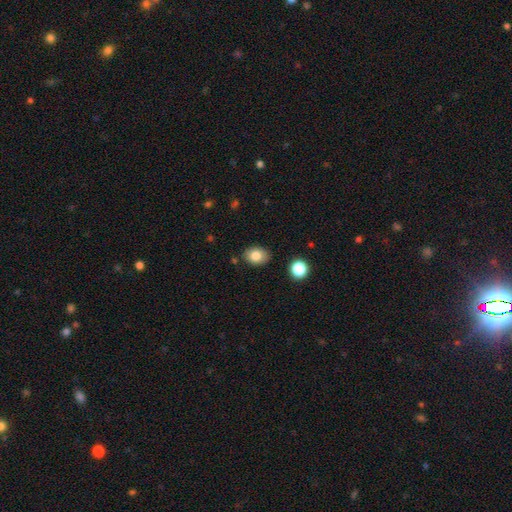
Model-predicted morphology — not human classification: Overall: smooth (83%). How rounded: in between (66%; round 33%). Merging: none (82%).